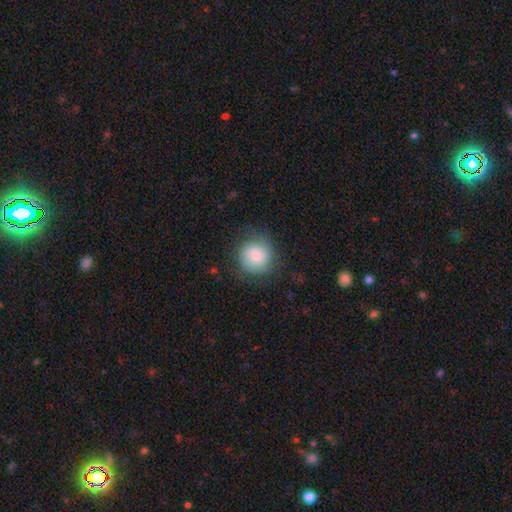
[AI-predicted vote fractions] smooth 76%, featured or disk 16%, star or artifact 8%. Down the decision tree: how rounded — round (89%); merging — none (73%).